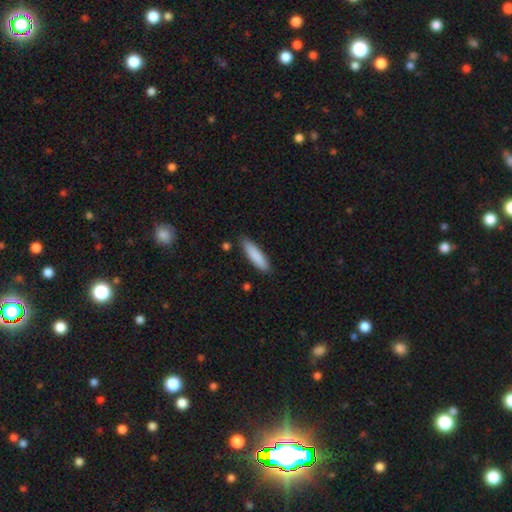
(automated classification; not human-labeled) Smooth or featured?
  - smooth: 86% *
  - featured or disk: 9%
  - star or artifact: 6%
How rounded?
  - cigar-shaped: 73% *
  - in between: 25%
  - round: 1%
Merging?
  - none: 85% *
  - minor disturbance: 11%
  - merger: 2%
  - major disturbance: 2%